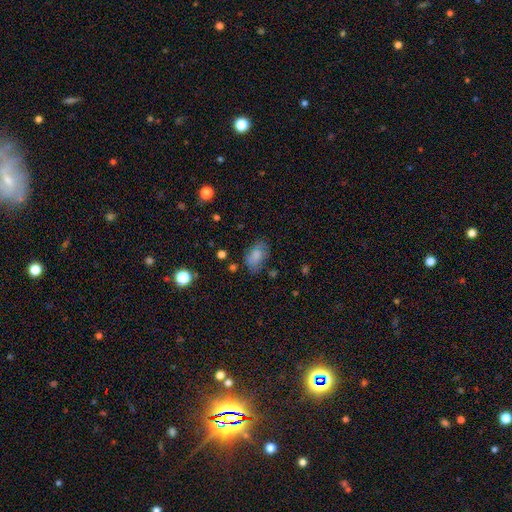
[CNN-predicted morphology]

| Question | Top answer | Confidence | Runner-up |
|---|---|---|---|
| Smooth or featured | smooth | 77% | featured or disk (13%) |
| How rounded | in between | 86% | round (13%) |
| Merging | none | 65% | minor disturbance (23%) |